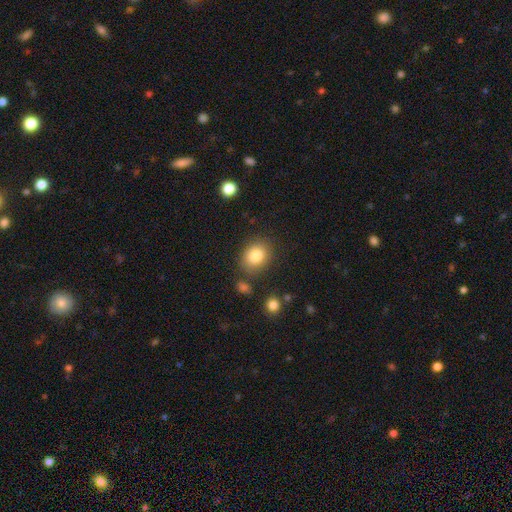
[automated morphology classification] Q: Smooth or featured?
A: smooth (84%); runner-up: star or artifact (9%)
Q: How rounded?
A: round (52%); runner-up: in between (47%)
Q: Merging?
A: none (78%); runner-up: minor disturbance (13%)